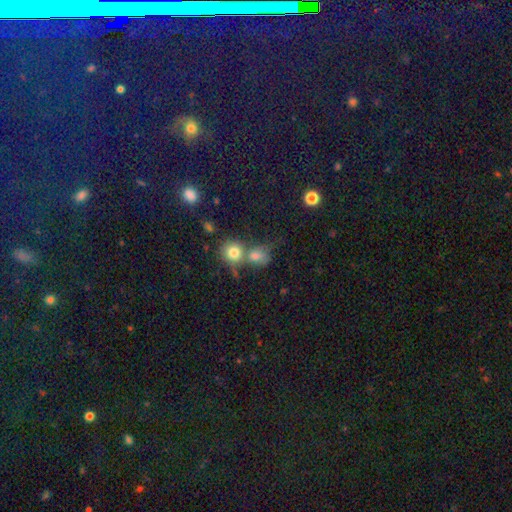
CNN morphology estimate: Smooth or featured: smooth — 74% (star or artifact — 13%)
How rounded: round — 61% (in between — 37%)
Merging: merger — 52% (none — 29%)